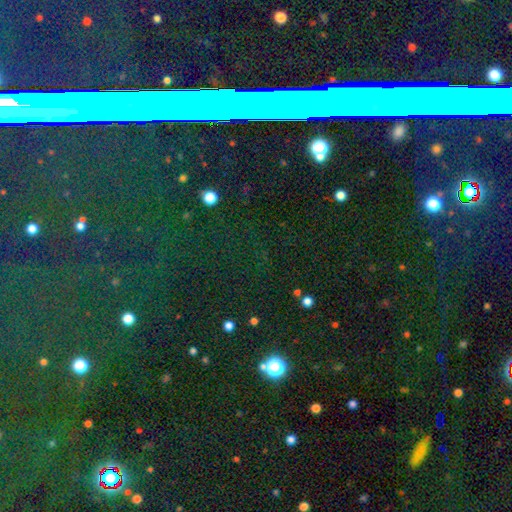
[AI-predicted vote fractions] star or artifact 73%, smooth 14%, featured or disk 13%.